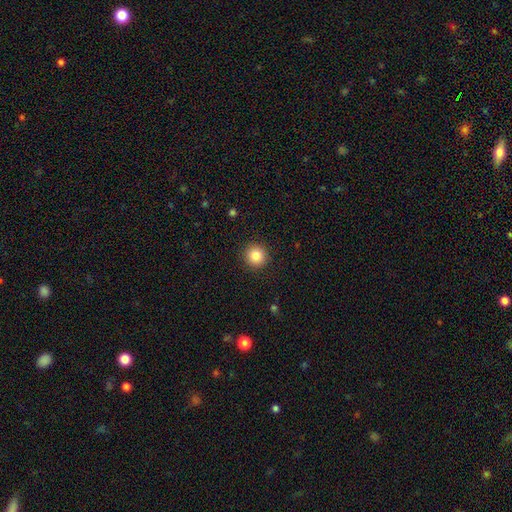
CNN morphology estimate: smooth-or-featured: smooth: 85% | star or artifact: 10% | featured or disk: 5%
  how-rounded: round: 94% | in between: 5% | cigar-shaped: 1%
  merging: none: 91% | minor disturbance: 6% | major disturbance: 2% | merger: 1%